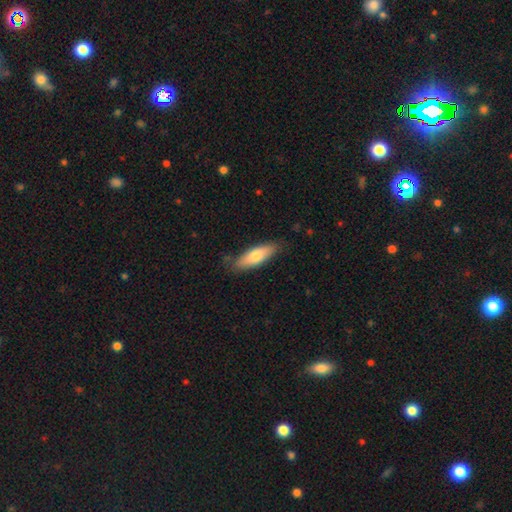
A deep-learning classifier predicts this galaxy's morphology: smooth-or-featured: smooth: 73% | featured or disk: 22% | star or artifact: 5%
  how-rounded: in between: 57% | cigar-shaped: 41% | round: 2%
  merging: none: 79% | minor disturbance: 16% | major disturbance: 3% | merger: 1%